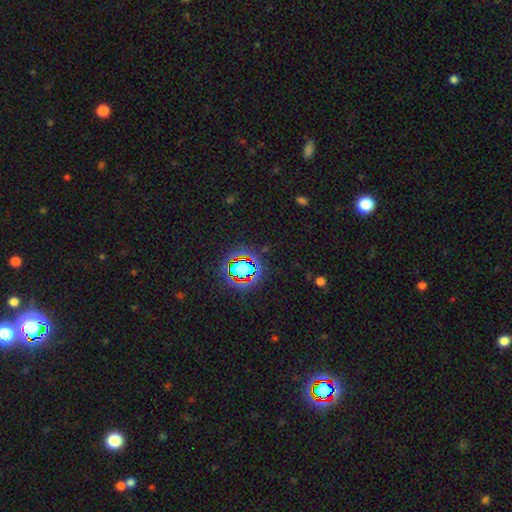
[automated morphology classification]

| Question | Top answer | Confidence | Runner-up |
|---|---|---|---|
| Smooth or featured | star or artifact | 80% | smooth (12%) |